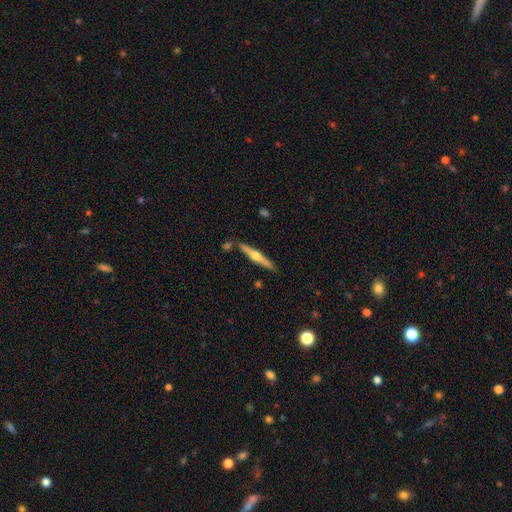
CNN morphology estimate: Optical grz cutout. It shows a featured or disk galaxy (69%) viewed edge-on (98%) with a rounded central bulge (93%). Merging: none (85%).